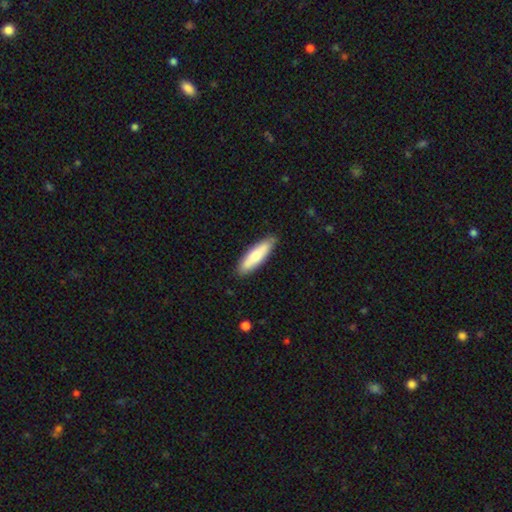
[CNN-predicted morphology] Smooth or featured? smooth (72%)
How rounded? cigar-shaped (61%)
Merging? none (86%)